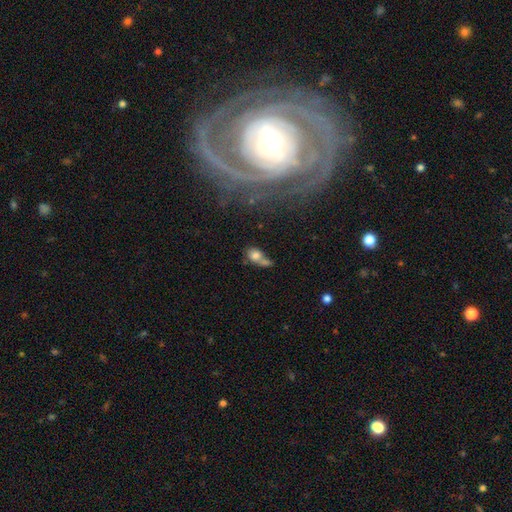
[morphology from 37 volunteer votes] smooth 73%, featured or disk 22%, star or artifact 5%. Down the decision tree: how rounded — in between (63%); merging — merger (57%).